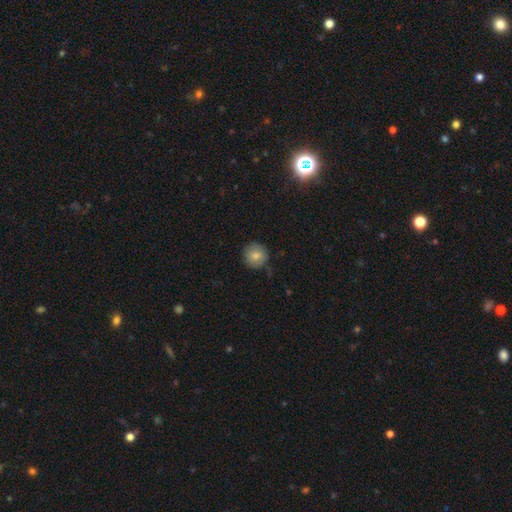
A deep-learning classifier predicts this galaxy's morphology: smooth 82%, featured or disk 10%, star or artifact 8%. Down the decision tree: how rounded — round (94%); merging — none (83%).